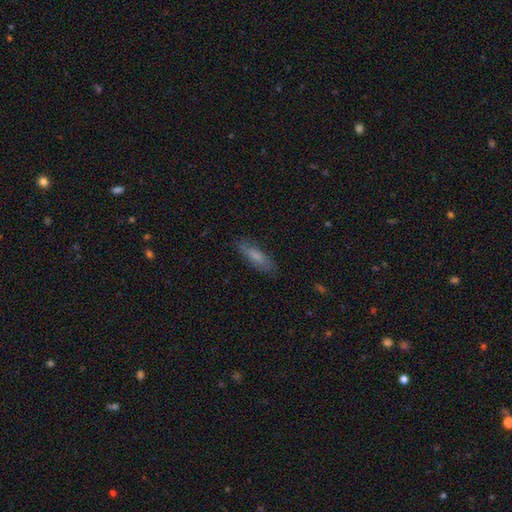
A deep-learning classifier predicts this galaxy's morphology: Q: Smooth or featured?
A: smooth (67%); runner-up: featured or disk (25%)
Q: How rounded?
A: cigar-shaped (53%); runner-up: in between (45%)
Q: Merging?
A: none (79%); runner-up: minor disturbance (16%)